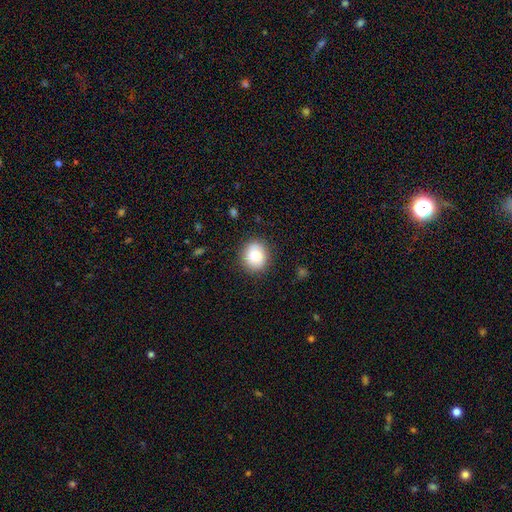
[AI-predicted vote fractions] Smooth or featured? smooth (81%)
How rounded? round (77%)
Merging? none (87%)